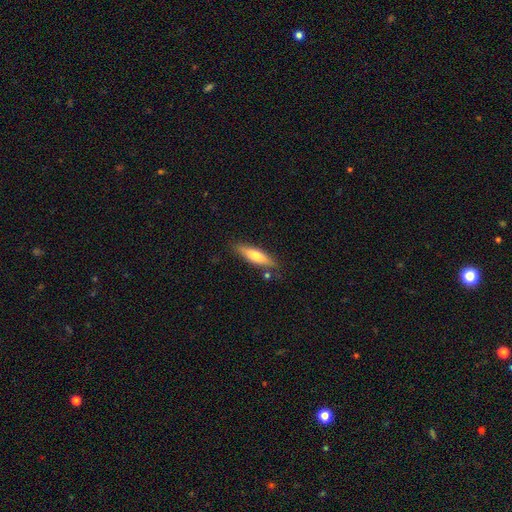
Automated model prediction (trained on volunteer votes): smooth-or-featured: smooth: 65% | featured or disk: 29% | star or artifact: 6%
  how-rounded: cigar-shaped: 68% | in between: 30% | round: 2%
  merging: none: 81% | minor disturbance: 13% | merger: 4% | major disturbance: 3%